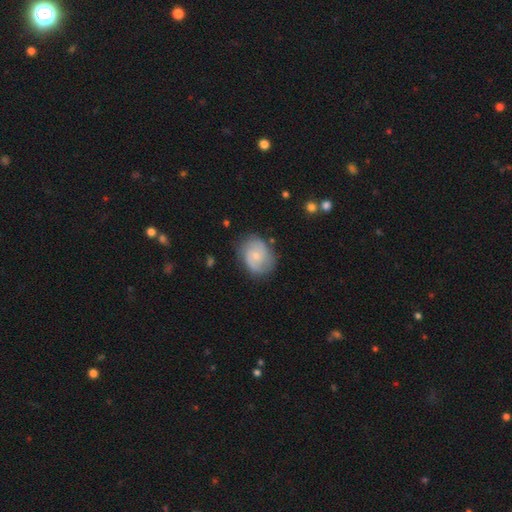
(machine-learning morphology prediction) This is possibly a featured or disk galaxy (59%). It is clearly not viewed edge-on (98%). Bar: likely no (69%). Spiral arm pattern: clearly yes (88%). Spiral arm count: likely 2 (68%). Spiral winding: marginally medium (45%). Central bulge: likely small (65%). Merging: likely none (72%).